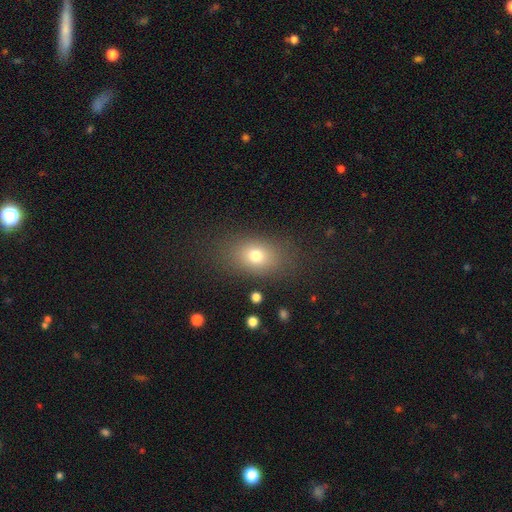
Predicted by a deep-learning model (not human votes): Smooth or featured? smooth (74%)
How rounded? in between (72%)
Merging? none (80%)